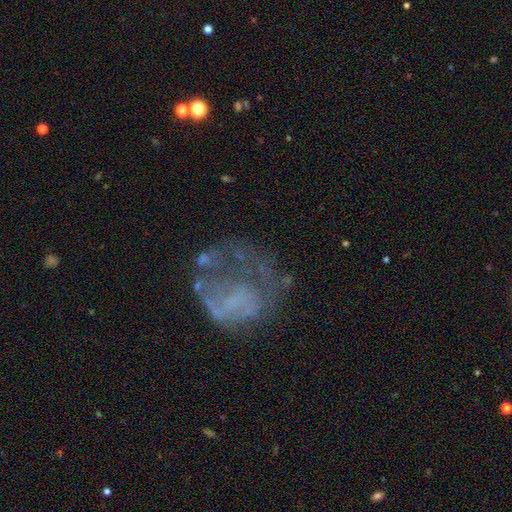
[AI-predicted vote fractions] smooth_or_featured: featured or disk (p=0.57) [alt: smooth p=0.25]
disk_edge_on: no (p=0.98) [alt: yes p=0.02]
bar: no (p=0.86) [alt: weak p=0.11]
has_spiral_arms: no (p=0.77) [alt: yes p=0.23]
bulge_size: none (p=0.75) [alt: small p=0.14]
merging: major disturbance (p=0.42) [alt: none p=0.35]